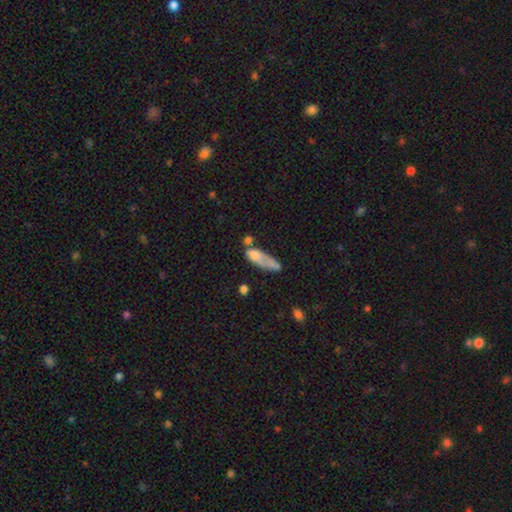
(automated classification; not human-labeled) Smooth or featured?
  - smooth: 65% *
  - featured or disk: 26%
  - star or artifact: 9%
How rounded?
  - in between: 52% *
  - cigar-shaped: 44%
  - round: 4%
Merging?
  - none: 29% *
  - major disturbance: 24%
  - merger: 24%
  - minor disturbance: 23%